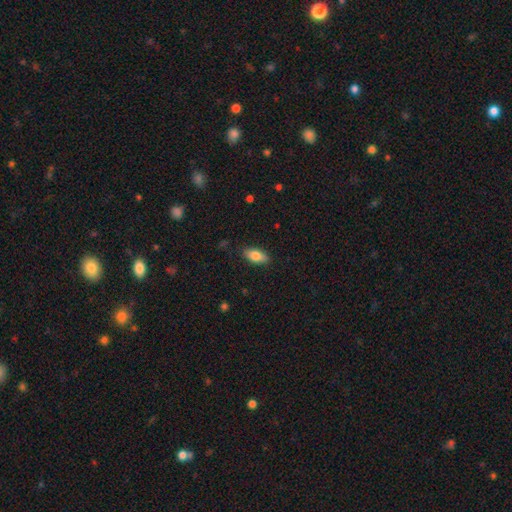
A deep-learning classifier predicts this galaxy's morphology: Smooth or featured?
  - smooth: 81% *
  - featured or disk: 12%
  - star or artifact: 7%
How rounded?
  - in between: 87% *
  - cigar-shaped: 10%
  - round: 3%
Merging?
  - none: 86% *
  - minor disturbance: 10%
  - major disturbance: 2%
  - merger: 1%